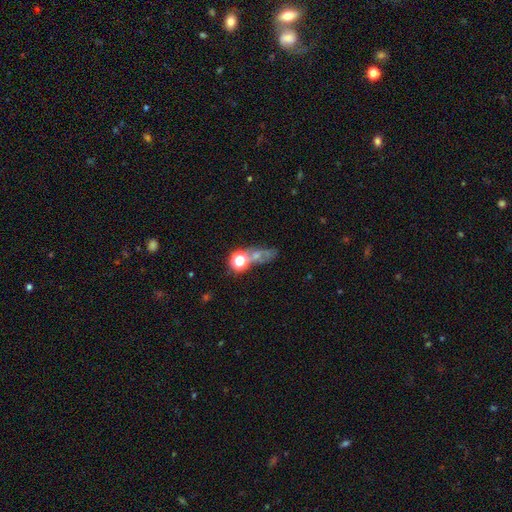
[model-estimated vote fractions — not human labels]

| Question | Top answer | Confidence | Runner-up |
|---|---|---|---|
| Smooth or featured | star or artifact | 39% | smooth (37%) |